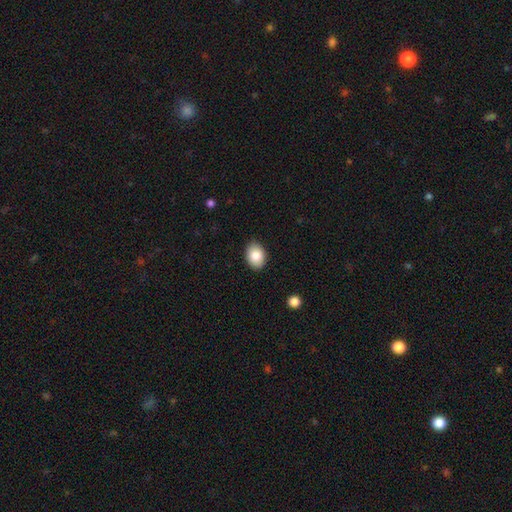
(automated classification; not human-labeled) This appears to be a smooth galaxy with no disk features (86%) that is in between round and cigar-shaped (77%). Merging: none (88%).